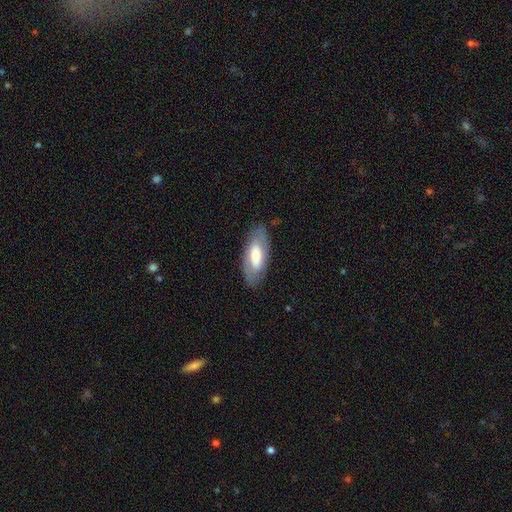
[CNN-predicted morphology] A smooth galaxy with no disk features (52%) that is in between round and cigar-shaped (84%). Merging: none (82%).